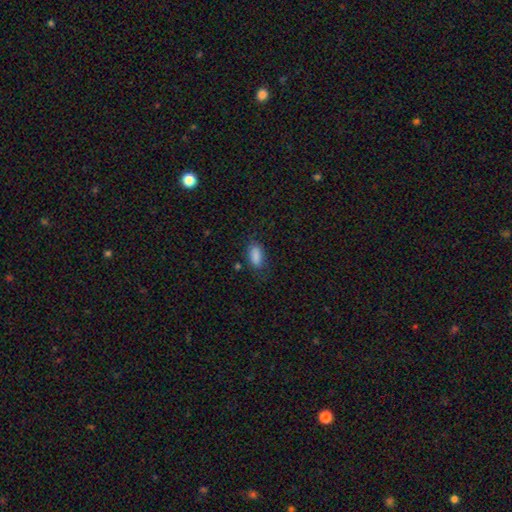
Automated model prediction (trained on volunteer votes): A smooth galaxy with no disk features (87%) that is in between round and cigar-shaped (86%). Merging: none (74%).